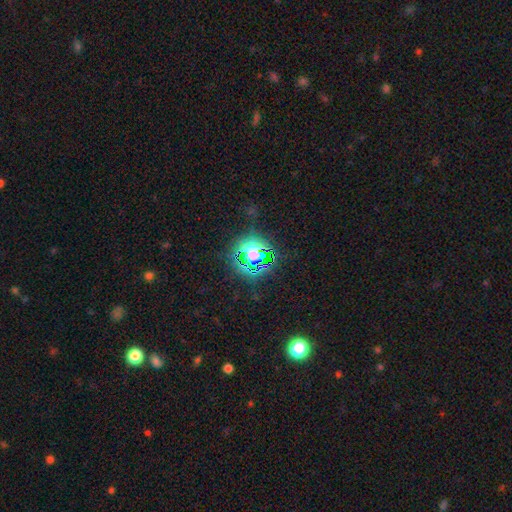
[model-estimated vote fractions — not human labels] Smooth or featured? Predicted: star or artifact (p=0.72).